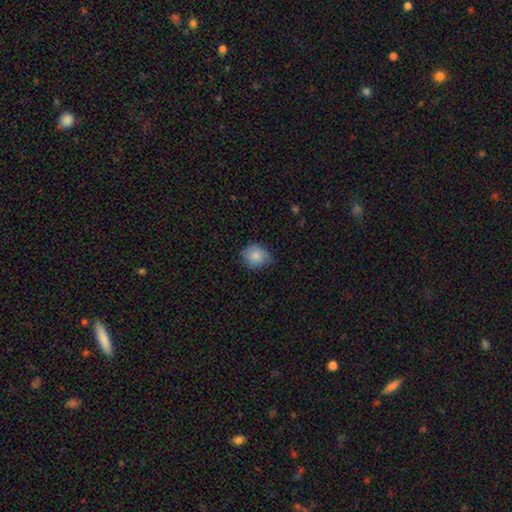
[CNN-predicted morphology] Smooth or featured?
  - smooth: 85% *
  - star or artifact: 8%
  - featured or disk: 7%
How rounded?
  - round: 75% *
  - in between: 24%
  - cigar-shaped: 1%
Merging?
  - none: 65% *
  - minor disturbance: 30%
  - major disturbance: 4%
  - merger: 1%